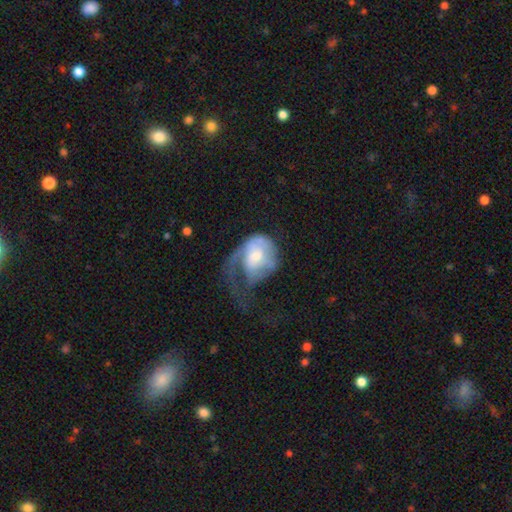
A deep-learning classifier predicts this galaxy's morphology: A featured or disk galaxy (59%) with no bar (69%), spiral arms (68%) and a moderate central bulge (51%). Merging: major disturbance (63%).